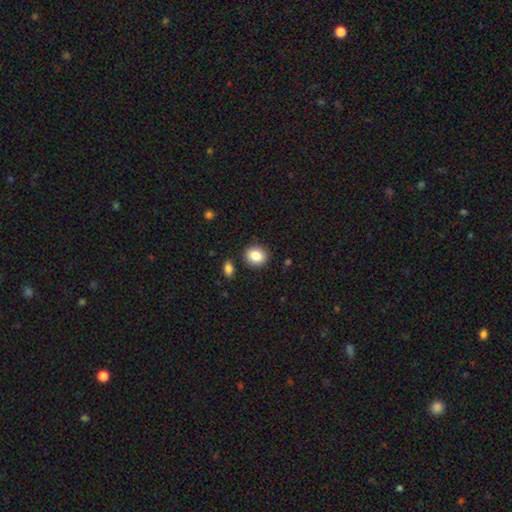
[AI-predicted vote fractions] smooth_or_featured: smooth (p=0.85) [alt: star or artifact p=0.09]
how_rounded: round (p=0.73) [alt: in between p=0.26]
merging: none (p=0.87) [alt: minor disturbance p=0.08]